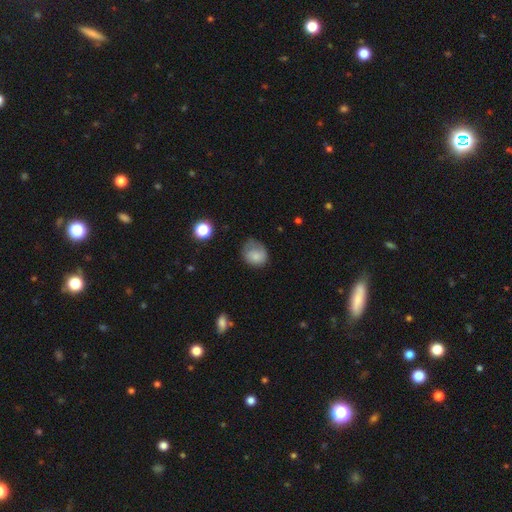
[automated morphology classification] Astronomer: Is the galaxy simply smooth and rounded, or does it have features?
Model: smooth — 77%.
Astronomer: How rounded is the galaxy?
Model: round — 64%.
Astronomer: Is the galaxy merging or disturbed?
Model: none — 46% (runner-up: minor disturbance, 33%).